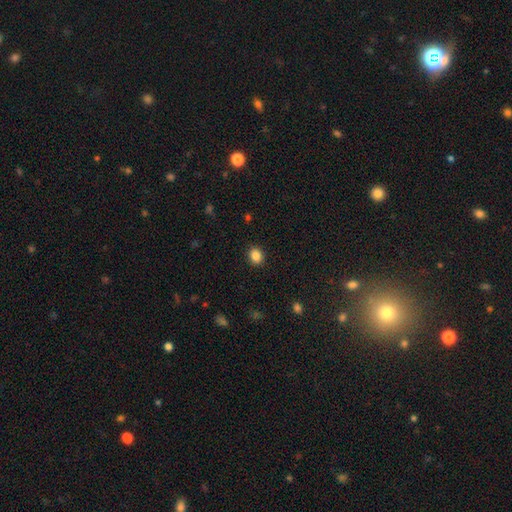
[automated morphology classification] smooth_or_featured: smooth (p=0.86) [alt: star or artifact p=0.10]
how_rounded: round (p=0.69) [alt: in between p=0.30]
merging: none (p=0.91) [alt: minor disturbance p=0.06]